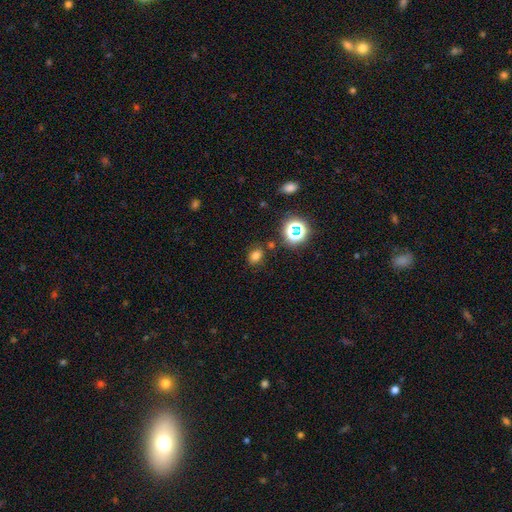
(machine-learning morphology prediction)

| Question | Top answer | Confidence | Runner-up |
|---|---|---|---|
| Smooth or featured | smooth | 71% | star or artifact (22%) |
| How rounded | in between | 58% | round (41%) |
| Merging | none | 79% | minor disturbance (12%) |